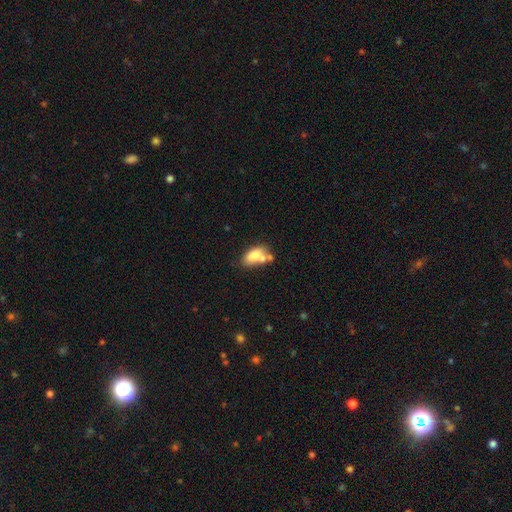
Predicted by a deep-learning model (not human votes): Overall: smooth (73%). How rounded: in between (88%). Merging: none (37%; merger 34%).